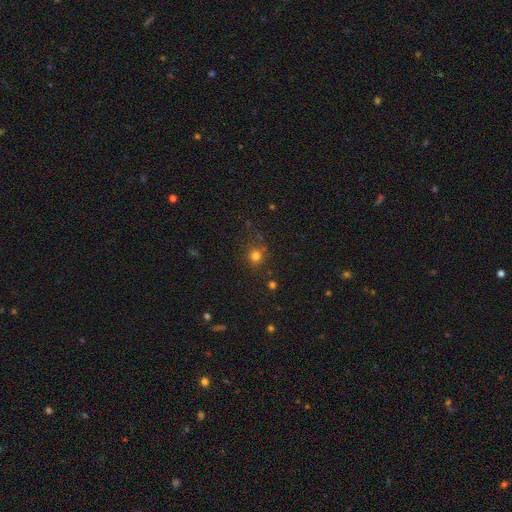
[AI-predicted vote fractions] smooth 76%, star or artifact 18%, featured or disk 6%. Down the decision tree: how rounded — round (87%); merging — none (78%).